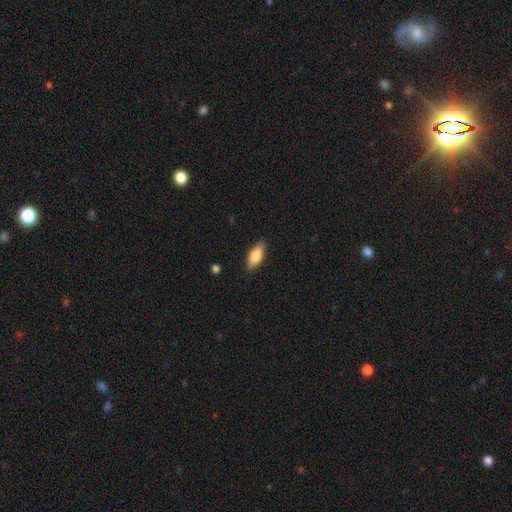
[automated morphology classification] A smooth galaxy with no disk features (78%) that is in between round and cigar-shaped (81%).

Vote fractions:
- Smooth or featured? smooth: 78% / featured or disk: 16% / star or artifact: 6%
- How rounded? in between: 81% / cigar-shaped: 17% / round: 3%
- Merging? none: 86% / minor disturbance: 11% / major disturbance: 2% / merger: 1%